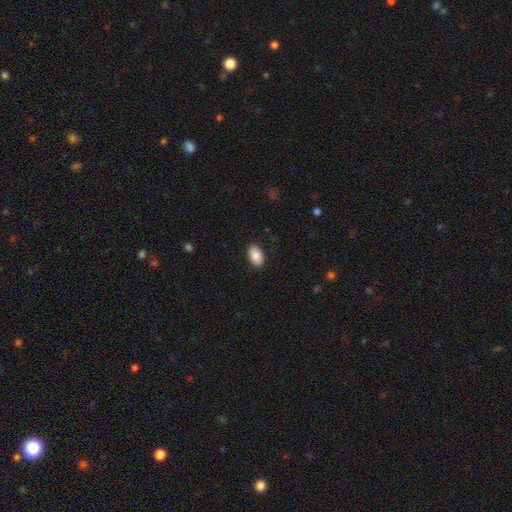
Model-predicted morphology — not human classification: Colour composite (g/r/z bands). It shows a smooth galaxy with no disk features (87%) that is in between round and cigar-shaped (93%). Merging: none (89%).